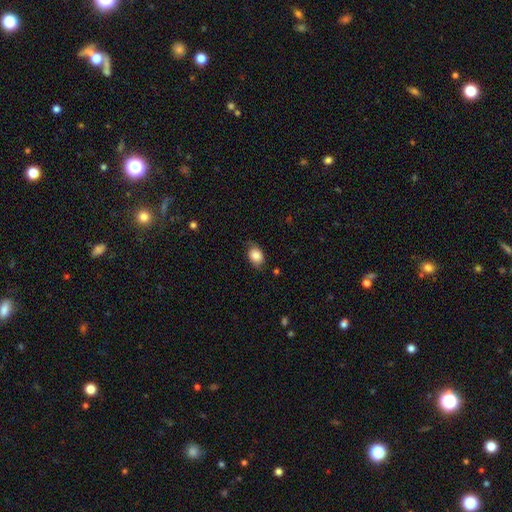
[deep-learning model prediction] The model was most divided on "merging": none: 71%, minor disturbance: 23%, major disturbance: 5%, merger: 1%. More confident: smooth or featured — smooth (83%); how rounded — in between (77%).